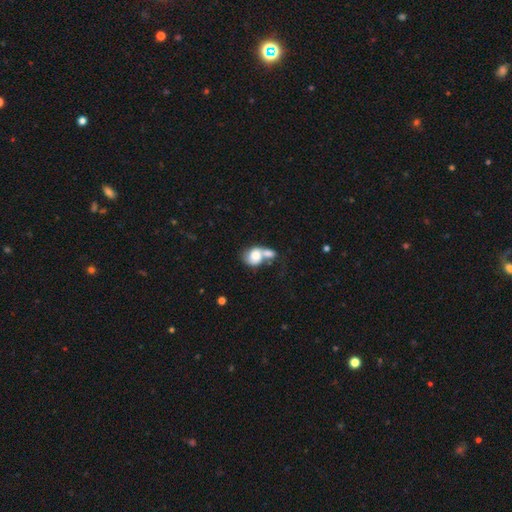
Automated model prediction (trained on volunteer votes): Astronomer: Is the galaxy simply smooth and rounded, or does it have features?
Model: smooth — 69%.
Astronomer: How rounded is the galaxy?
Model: round — 52% (runner-up: in between, 47%).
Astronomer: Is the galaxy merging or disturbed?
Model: merger — 69%.